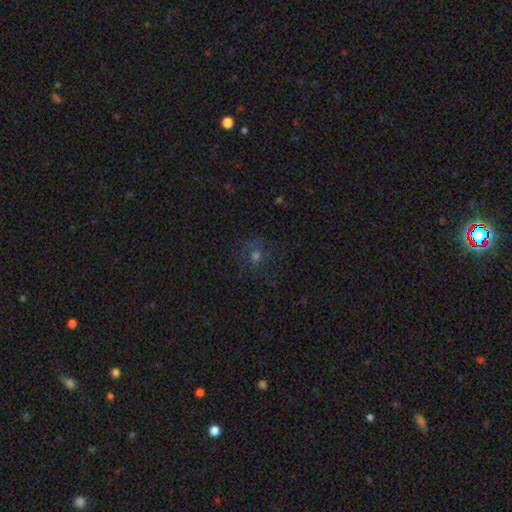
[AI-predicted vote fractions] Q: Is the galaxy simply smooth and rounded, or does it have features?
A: smooth — 45%.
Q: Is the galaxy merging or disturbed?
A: none — 80%.